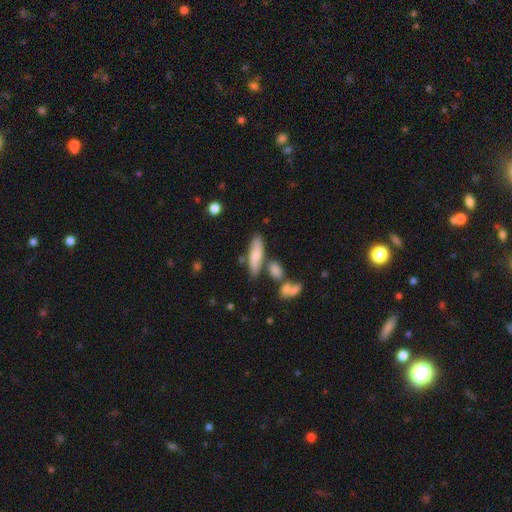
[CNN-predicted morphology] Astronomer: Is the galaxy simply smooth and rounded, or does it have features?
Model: smooth — 73%.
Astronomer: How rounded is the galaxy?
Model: cigar-shaped — 55% (runner-up: in between, 43%).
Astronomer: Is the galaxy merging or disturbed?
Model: none — 70%.